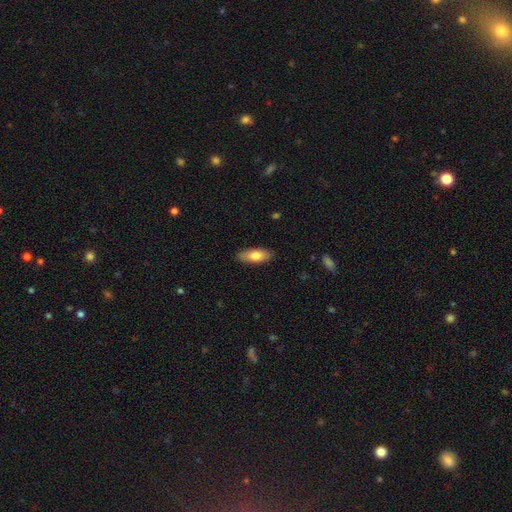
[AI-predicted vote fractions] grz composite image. It shows a smooth galaxy with no disk features (77%) that is in between round and cigar-shaped (75%). Merging: none (88%).